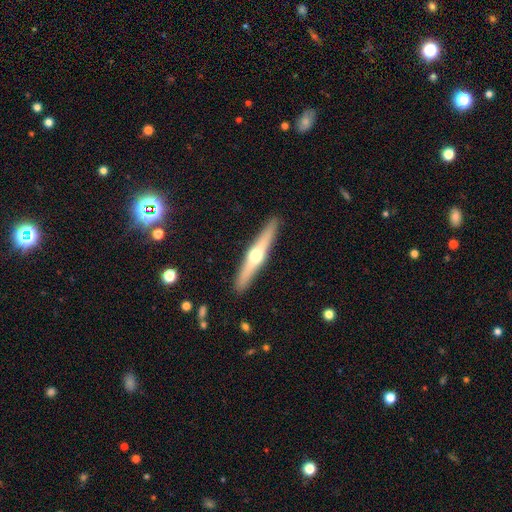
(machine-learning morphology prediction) Q: Smooth or featured?
A: featured or disk (65%); runner-up: smooth (30%)
Q: Edge-on disk?
A: yes (97%); runner-up: no (3%)
Q: Edge-on bulge?
A: rounded (93%); runner-up: none (4%)
Q: Merging?
A: none (91%); runner-up: minor disturbance (6%)